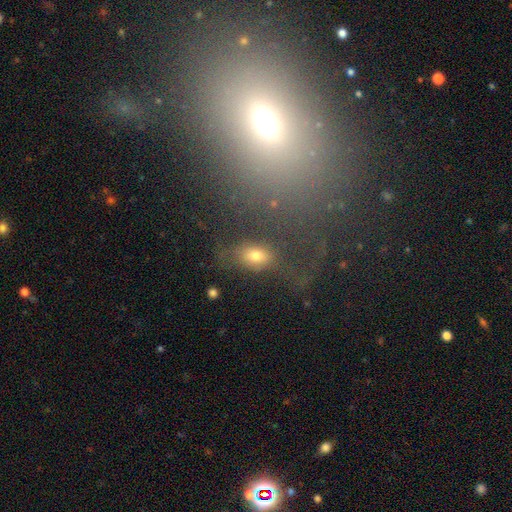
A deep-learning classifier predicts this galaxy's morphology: Smooth or featured: smooth — 64% (featured or disk — 20%)
How rounded: in between — 84% (round — 13%)
Merging: none — 60% (minor disturbance — 18%)